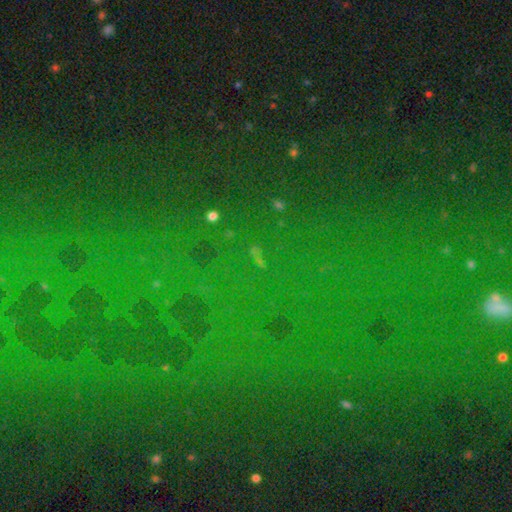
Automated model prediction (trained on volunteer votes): Q: Smooth or featured?
A: star or artifact (78%); runner-up: smooth (13%)